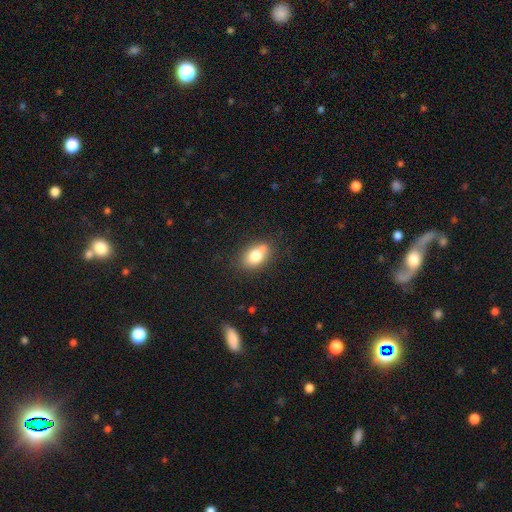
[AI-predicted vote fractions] Smooth or featured? smooth (76%)
How rounded? in between (78%)
Merging? none (60%)